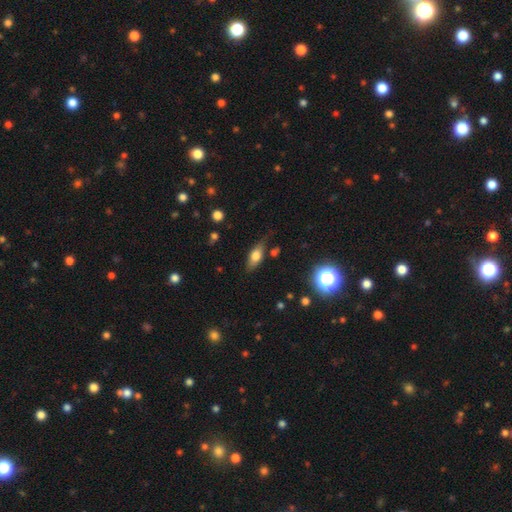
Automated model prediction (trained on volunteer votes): A smooth galaxy with no disk features (65%) that is in between round and cigar-shaped (75%).

Vote fractions:
- Smooth or featured? smooth: 65% / featured or disk: 25% / star or artifact: 10%
- How rounded? in between: 75% / cigar-shaped: 20% / round: 5%
- Merging? none: 70% / minor disturbance: 21% / major disturbance: 6% / merger: 3%